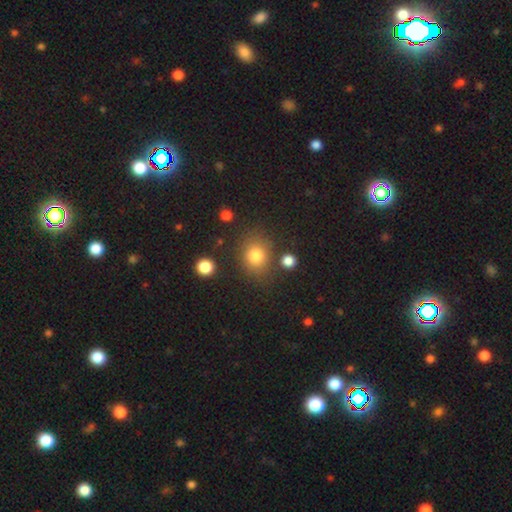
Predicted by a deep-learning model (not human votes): Smooth or featured: smooth — 80% (star or artifact — 12%)
How rounded: round — 61% (in between — 38%)
Merging: none — 76% (minor disturbance — 13%)